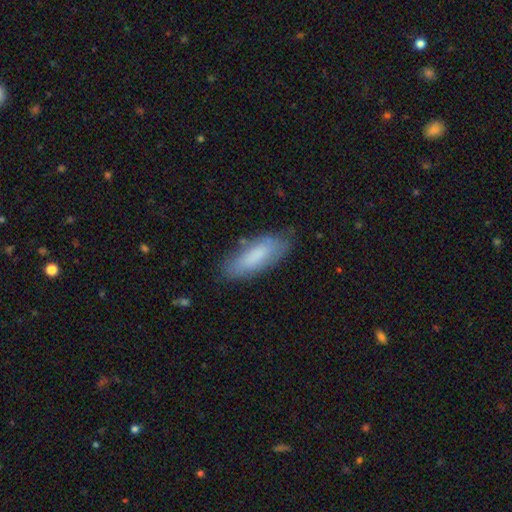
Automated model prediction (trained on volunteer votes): This is likely a smooth galaxy (78%). How rounded: likely in between (65%). Merging: likely none (76%).